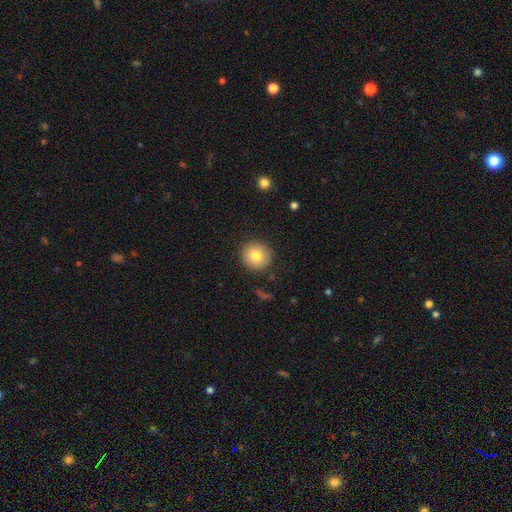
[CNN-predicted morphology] Overall: smooth (80%). How rounded: round (93%). Merging: none (89%).